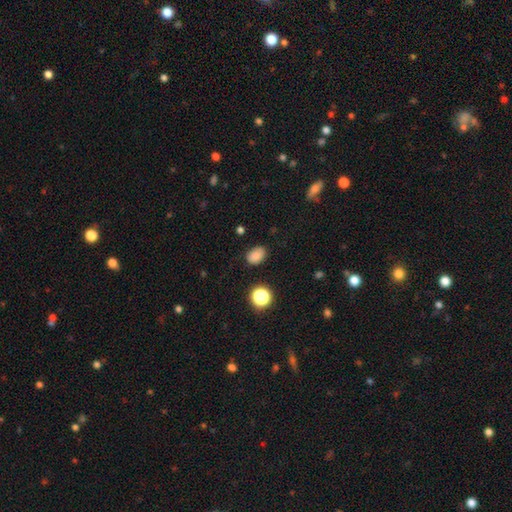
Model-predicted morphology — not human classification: Q: Smooth or featured?
A: smooth (84%); runner-up: star or artifact (12%)
Q: How rounded?
A: in between (76%); runner-up: round (23%)
Q: Merging?
A: none (82%); runner-up: minor disturbance (14%)